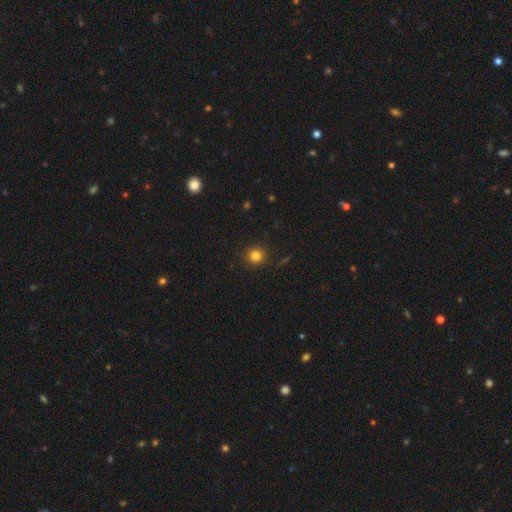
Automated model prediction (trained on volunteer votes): The model was most divided on "smooth or featured": smooth: 82%, star or artifact: 13%, featured or disk: 5%. More confident: merging — none (89%); how rounded — round (88%).